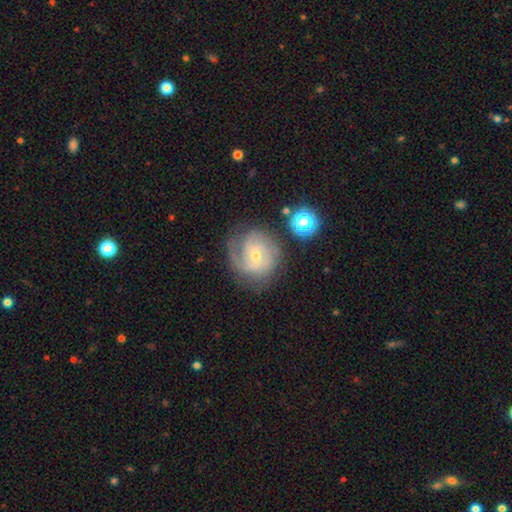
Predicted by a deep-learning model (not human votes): The model was most divided on "spiral arm count": 2: 36%, can't tell: 26%, 3: 20%, 1: 10%, 4: 4%, more than 4: 4%. More confident: edge-on disk — no (98%); spiral arms — yes (94%); smooth or featured — featured or disk (79%); merging — none (68%); bulge size — small (64%); bar — no (61%); spiral winding — tight (55%).